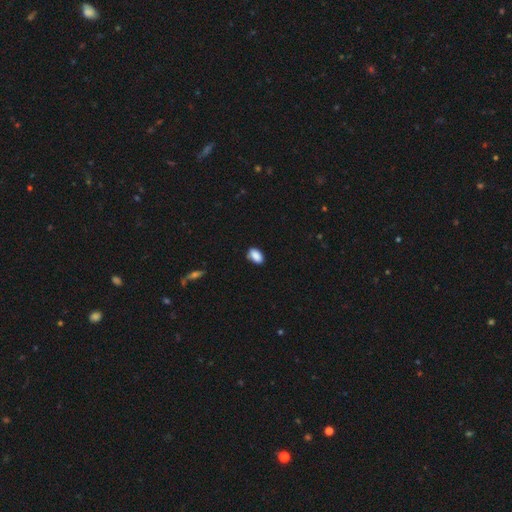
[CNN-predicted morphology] Smooth or featured? smooth (89%)
How rounded? in between (92%)
Merging? none (81%)